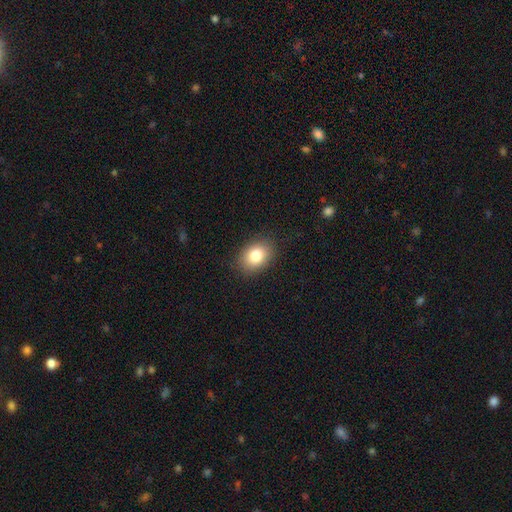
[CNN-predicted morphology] smooth-or-featured: smooth: 82% | featured or disk: 9% | star or artifact: 9%
  how-rounded: in between: 74% | round: 25% | cigar-shaped: 1%
  merging: none: 87% | minor disturbance: 9% | major disturbance: 3% | merger: 1%